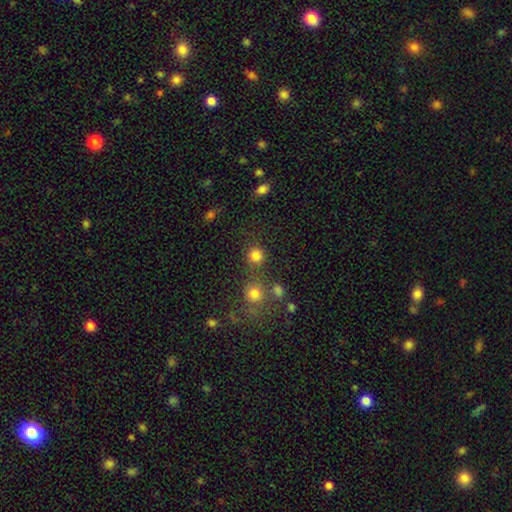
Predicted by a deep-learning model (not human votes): Smooth or featured: smooth — 80% (star or artifact — 14%)
How rounded: round — 91% (in between — 8%)
Merging: none — 71% (merger — 15%)